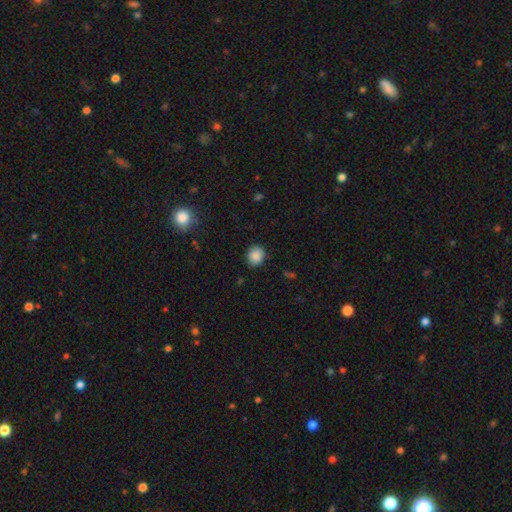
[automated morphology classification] Overall: smooth (87%). How rounded: round (80%). Merging: none (86%).